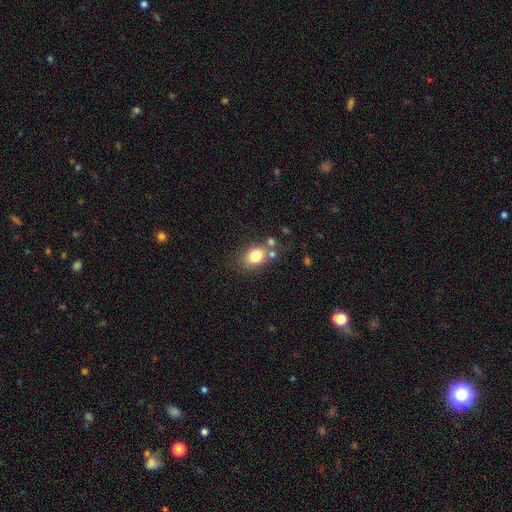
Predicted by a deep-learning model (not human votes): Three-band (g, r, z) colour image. It shows a smooth galaxy with no disk features (78%) that is in between round and cigar-shaped (63%). Merging: none (59%).